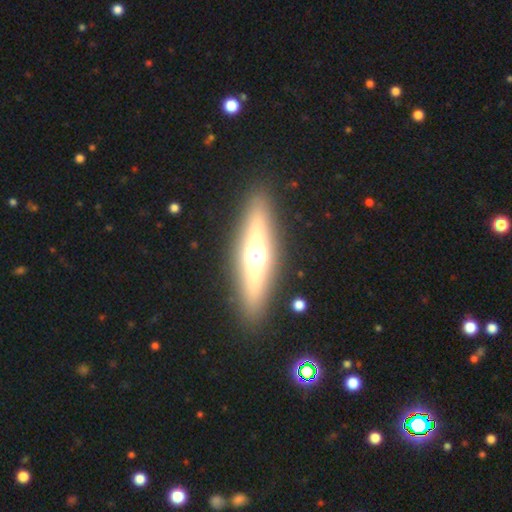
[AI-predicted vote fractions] featured or disk 63%, smooth 29%, star or artifact 7%. Down the decision tree: edge-on disk — yes (93%); edge-on bulge — rounded (91%); merging — none (90%).